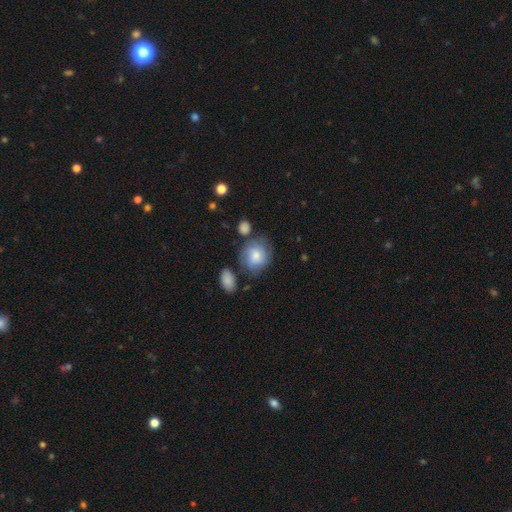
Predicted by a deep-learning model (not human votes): Q: Smooth or featured?
A: smooth (71%); runner-up: featured or disk (22%)
Q: How rounded?
A: round (71%); runner-up: in between (28%)
Q: Merging?
A: none (58%); runner-up: minor disturbance (24%)